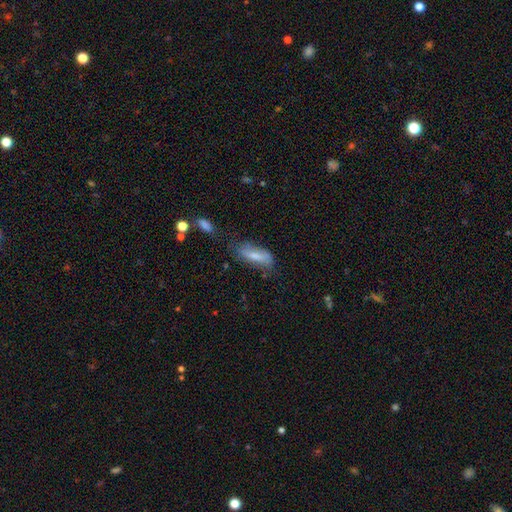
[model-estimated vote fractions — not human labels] This is likely a smooth galaxy (67%). How rounded: likely in between (63%). Merging: possibly none (58%).